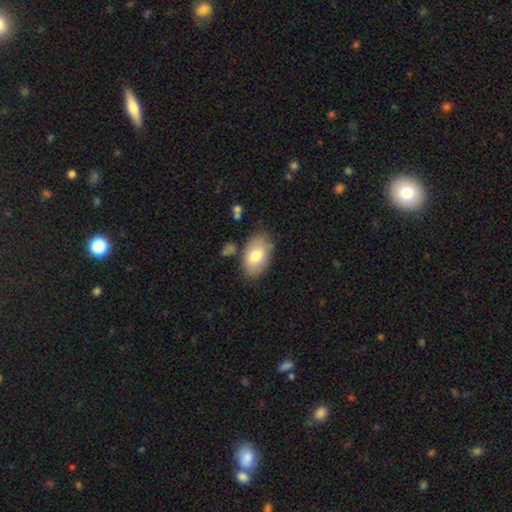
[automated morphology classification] Smooth or featured? smooth (74%)
How rounded? in between (91%)
Merging? none (74%)